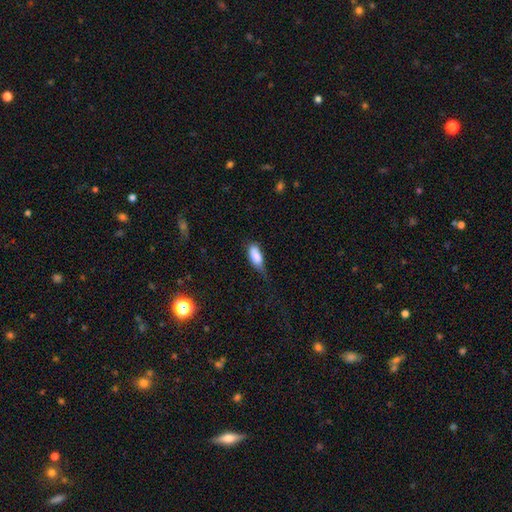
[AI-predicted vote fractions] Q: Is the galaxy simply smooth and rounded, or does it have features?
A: smooth — 82%.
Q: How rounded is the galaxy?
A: in between — 79%.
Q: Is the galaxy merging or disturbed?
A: minor disturbance — 41%.